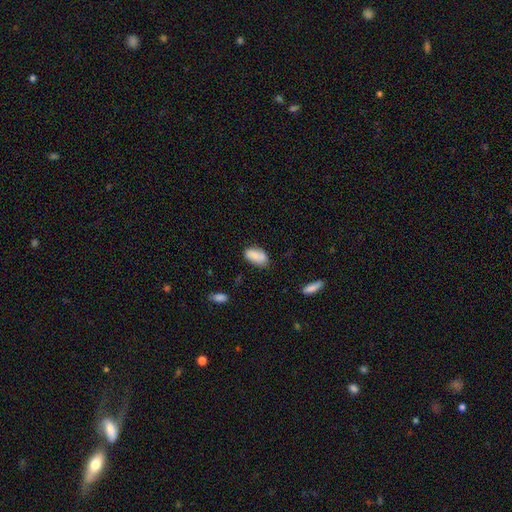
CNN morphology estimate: smooth_or_featured: smooth (p=0.76) [alt: featured or disk p=0.16]
how_rounded: in between (p=0.92) [alt: round p=0.04]
merging: none (p=0.66) [alt: minor disturbance p=0.21]